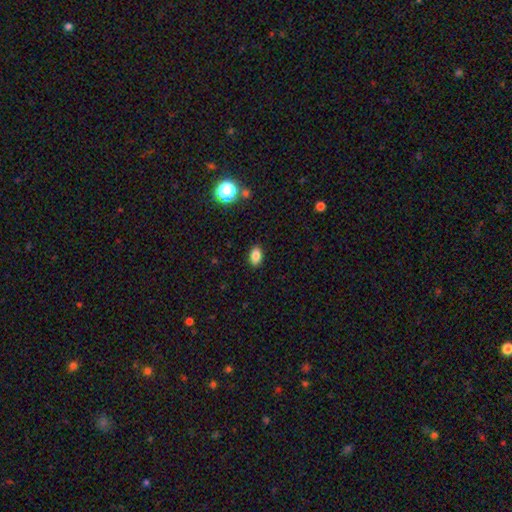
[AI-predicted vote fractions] The model was most divided on "smooth or featured": smooth: 83%, star or artifact: 10%, featured or disk: 7%. More confident: merging — none (89%); how rounded — in between (86%).